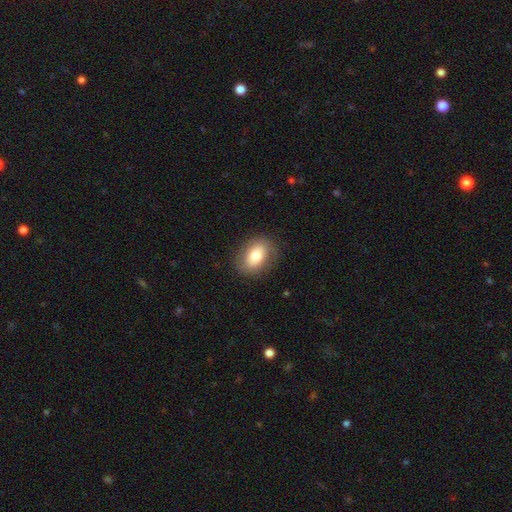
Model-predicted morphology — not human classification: The model was most divided on "how rounded": in between: 79%, round: 20%, cigar-shaped: 1%. More confident: merging — none (85%); smooth or featured — smooth (76%).